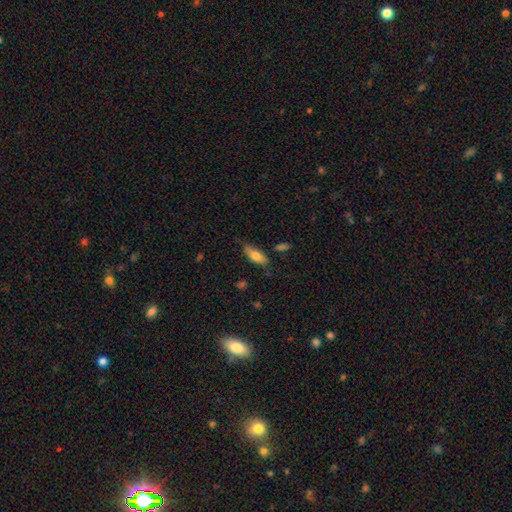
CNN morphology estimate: type=smooth (75%); roundness=in between (77%); merging=none (63%).